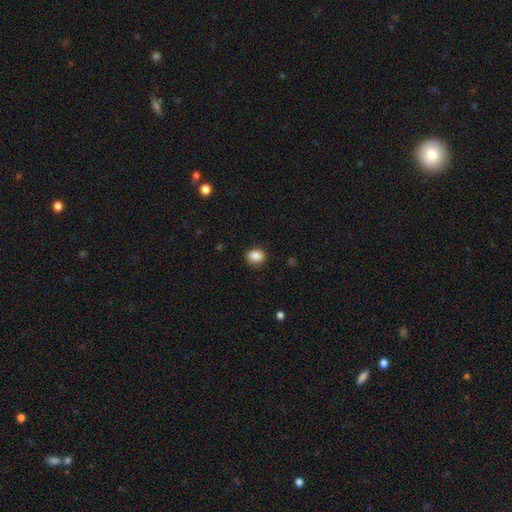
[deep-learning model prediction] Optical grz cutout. It shows a smooth galaxy with no disk features (88%) that is round (54%). Merging: none (86%).